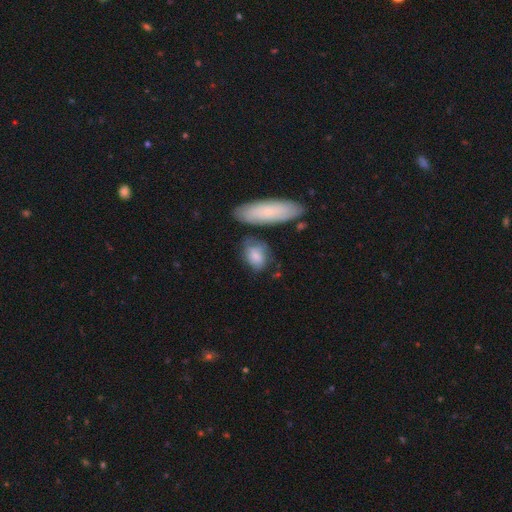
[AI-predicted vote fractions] Q: Smooth or featured?
A: smooth (69%); runner-up: featured or disk (24%)
Q: How rounded?
A: in between (75%); runner-up: round (19%)
Q: Merging?
A: none (52%); runner-up: minor disturbance (25%)